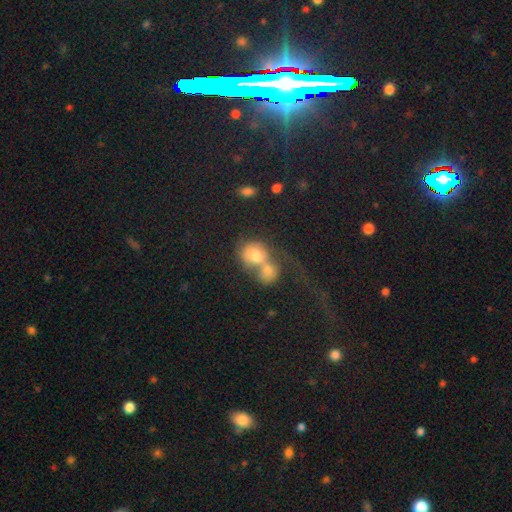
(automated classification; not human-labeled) smooth-or-featured: smooth: 64% | featured or disk: 26% | star or artifact: 9%
  how-rounded: round: 59% | in between: 39% | cigar-shaped: 1%
  merging: merger: 73% | none: 13% | major disturbance: 9% | minor disturbance: 5%